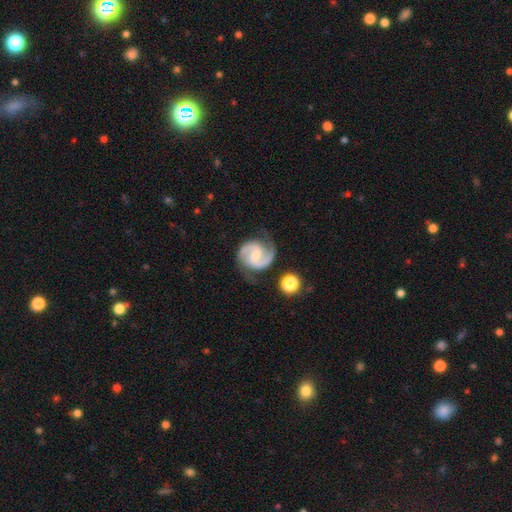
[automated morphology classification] Overall: featured or disk (92%). Edge-on disk: no (98%). Bar: weak (46%; no 39%). Spiral arms: yes (98%). Spiral arm count: 2 (94%). Spiral winding: medium (58%; tight 32%). Bulge size: small (47%; moderate 34%). Merging: none (77%).